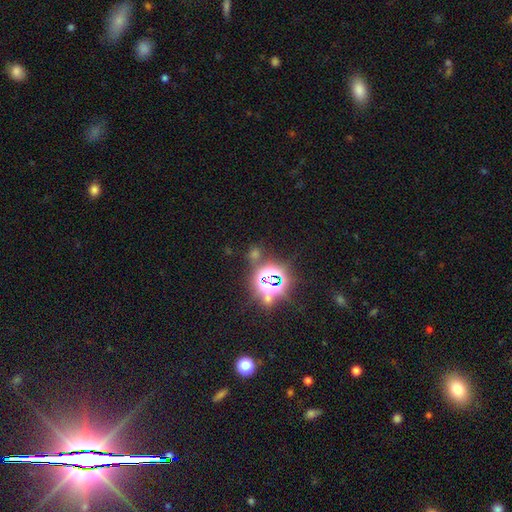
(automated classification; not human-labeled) A star or artifact, not a galaxy (75%).

Vote fractions:
- Smooth or featured? star or artifact: 75% / smooth: 17% / featured or disk: 8%